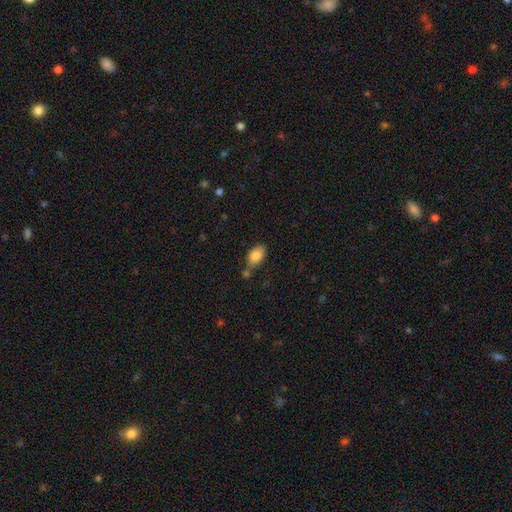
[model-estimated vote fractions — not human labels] Smooth or featured? Predicted: smooth (p=0.85). How rounded? Predicted: in between (p=0.90). Merging? Predicted: none (p=0.63).